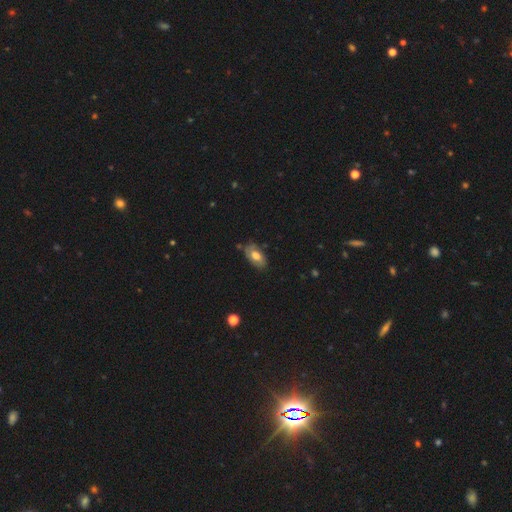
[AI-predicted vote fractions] smooth_or_featured: smooth (p=0.59) [alt: featured or disk p=0.34]
how_rounded: in between (p=0.91) [alt: round p=0.07]
merging: none (p=0.68) [alt: minor disturbance p=0.24]